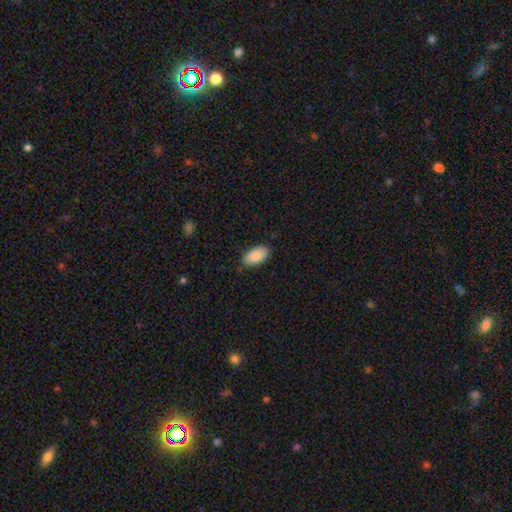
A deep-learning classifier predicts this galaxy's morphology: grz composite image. It shows a smooth galaxy with no disk features (88%) that is in between round and cigar-shaped (95%). Merging: none (83%).